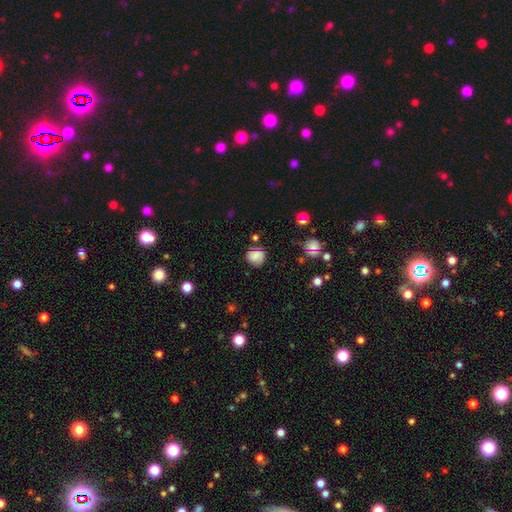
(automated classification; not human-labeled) Smooth or featured: smooth — 71% (featured or disk — 16%)
How rounded: round — 84% (in between — 15%)
Merging: none — 74% (minor disturbance — 18%)